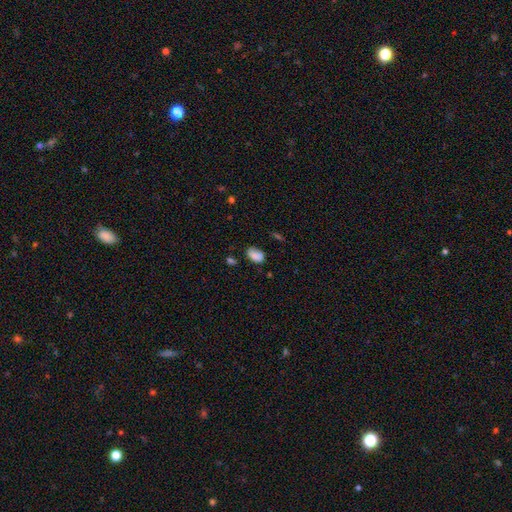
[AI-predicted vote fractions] A smooth galaxy with no disk features (83%) that is in between round and cigar-shaped (87%).

Vote fractions:
- Smooth or featured? smooth: 83% / star or artifact: 9% / featured or disk: 7%
- How rounded? in between: 87% / round: 12% / cigar-shaped: 1%
- Merging? none: 61% / minor disturbance: 28% / major disturbance: 8% / merger: 4%